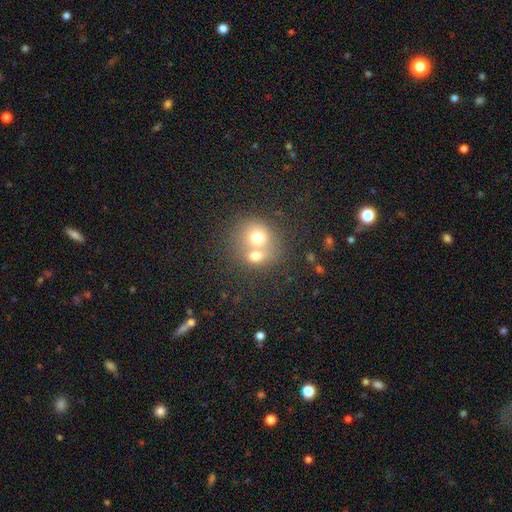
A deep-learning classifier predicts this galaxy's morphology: Overall: smooth (68%). How rounded: round (68%; in between 31%). Merging: merger (66%).